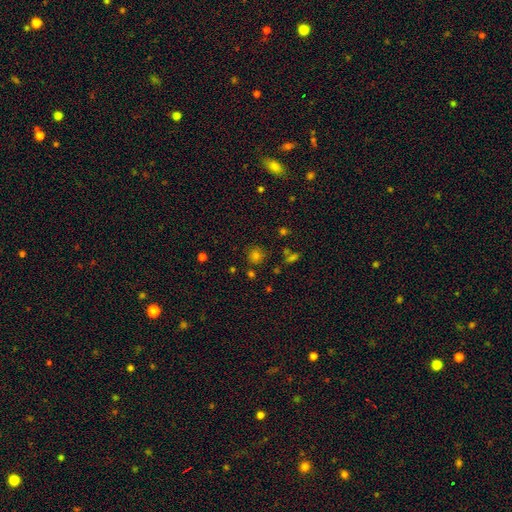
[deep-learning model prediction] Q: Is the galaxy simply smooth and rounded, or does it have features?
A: smooth — 74%.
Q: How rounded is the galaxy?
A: round — 91%.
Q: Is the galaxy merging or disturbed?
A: none — 81%.